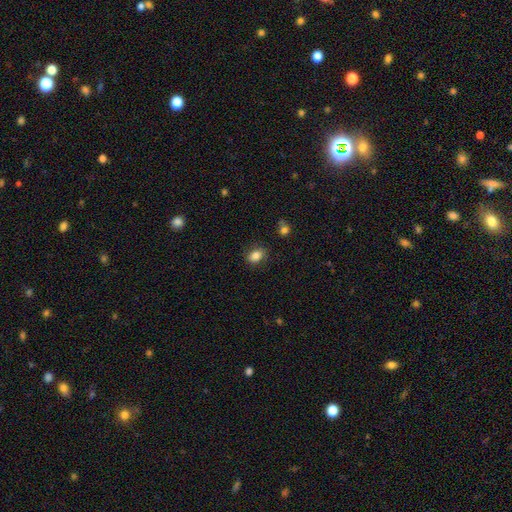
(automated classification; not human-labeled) Q: Smooth or featured?
A: smooth (84%); runner-up: star or artifact (9%)
Q: How rounded?
A: in between (76%); runner-up: round (23%)
Q: Merging?
A: none (82%); runner-up: minor disturbance (13%)